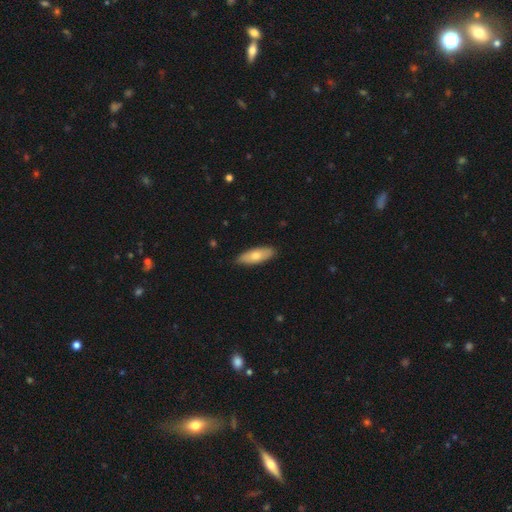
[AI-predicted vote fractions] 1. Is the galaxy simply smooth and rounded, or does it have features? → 72% smooth, 22% featured or disk, 5% star or artifact.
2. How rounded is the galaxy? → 67% in between, 31% cigar-shaped, 2% round.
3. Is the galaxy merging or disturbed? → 86% none, 11% minor disturbance, 2% major disturbance, 1% merger.